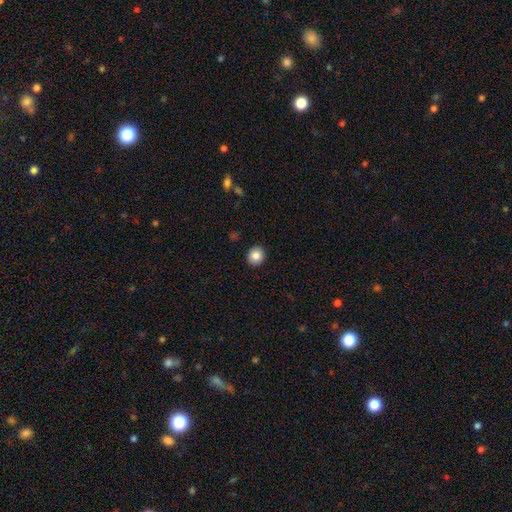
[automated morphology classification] smooth 85%, star or artifact 9%, featured or disk 6%. Down the decision tree: how rounded — round (82%); merging — none (92%).